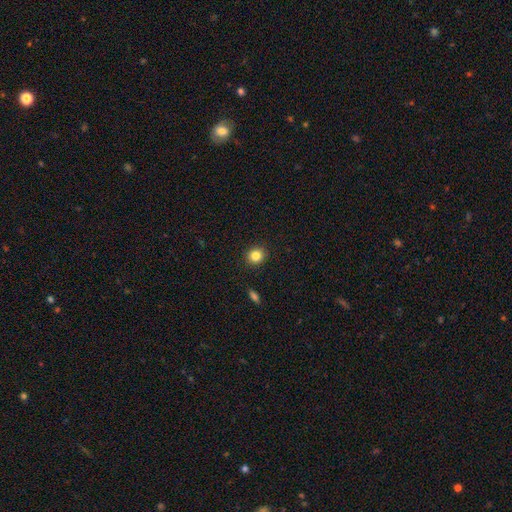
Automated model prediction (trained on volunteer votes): A smooth galaxy with no disk features (83%) that is round (83%). Merging: none (91%).